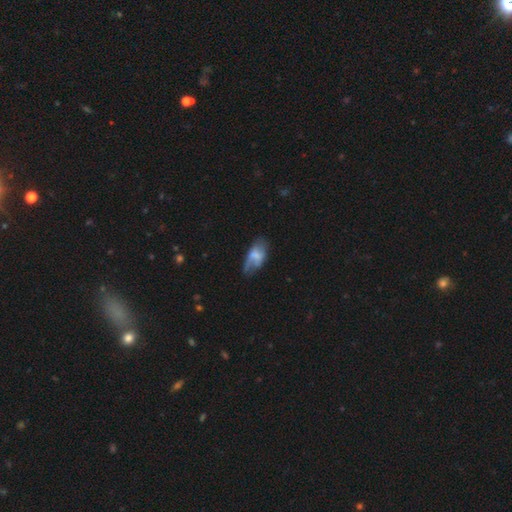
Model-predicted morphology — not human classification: Smooth or featured: smooth — 52% (featured or disk — 39%)
How rounded: in between — 91% (cigar-shaped — 5%)
Merging: none — 39% (minor disturbance — 33%)